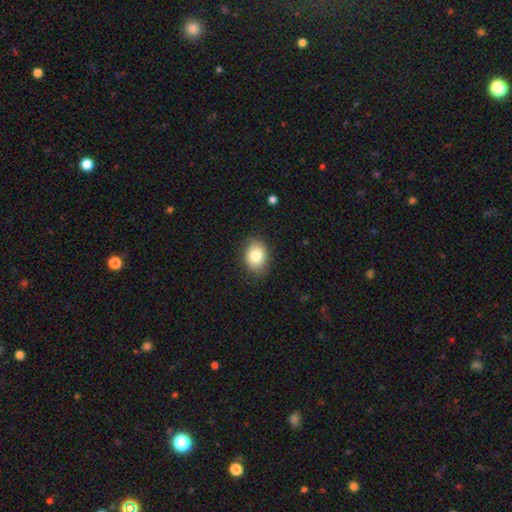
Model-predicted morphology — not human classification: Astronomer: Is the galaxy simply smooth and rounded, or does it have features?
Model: smooth — 82%.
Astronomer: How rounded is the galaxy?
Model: in between — 61% (runner-up: round, 38%).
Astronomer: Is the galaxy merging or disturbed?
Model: none — 84%.